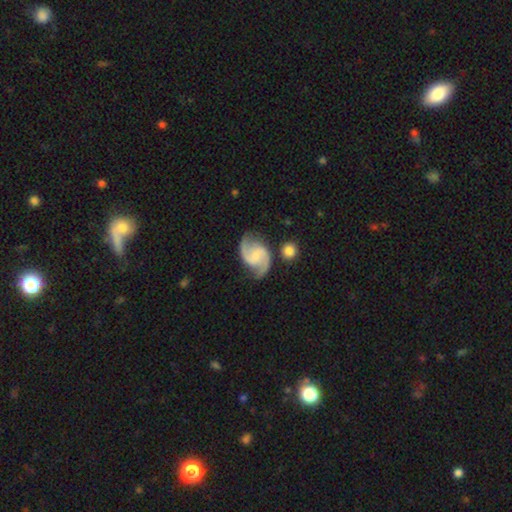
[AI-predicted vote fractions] smooth_or_featured: featured or disk (p=0.89) [alt: smooth p=0.06]
disk_edge_on: no (p=0.98) [alt: yes p=0.02]
bar: weak (p=0.48) [alt: no p=0.39]
has_spiral_arms: yes (p=0.98) [alt: no p=0.02]
spiral_winding: medium (p=0.52) [alt: loose p=0.36]
spiral_arm_count: 2 (p=0.94) [alt: can't tell p=0.02]
bulge_size: none (p=0.41) [alt: small p=0.36]
merging: none (p=0.75) [alt: minor disturbance p=0.16]